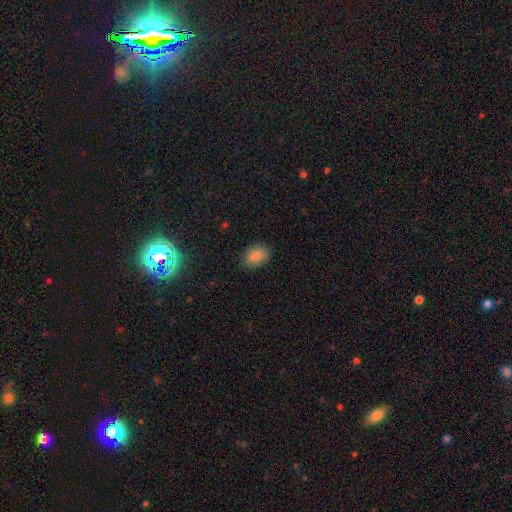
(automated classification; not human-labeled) The model was most divided on "how rounded": in between: 76%, round: 23%, cigar-shaped: 1%. More confident: smooth or featured — smooth (85%); merging — none (82%).